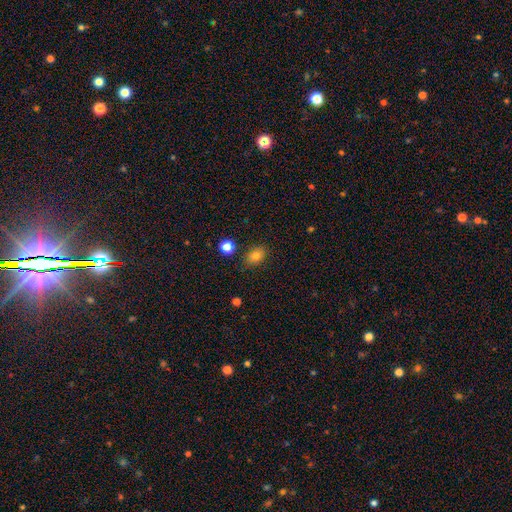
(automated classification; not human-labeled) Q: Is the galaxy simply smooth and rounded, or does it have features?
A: smooth — 81%.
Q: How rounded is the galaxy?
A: in between — 73%.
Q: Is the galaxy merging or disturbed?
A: none — 82%.